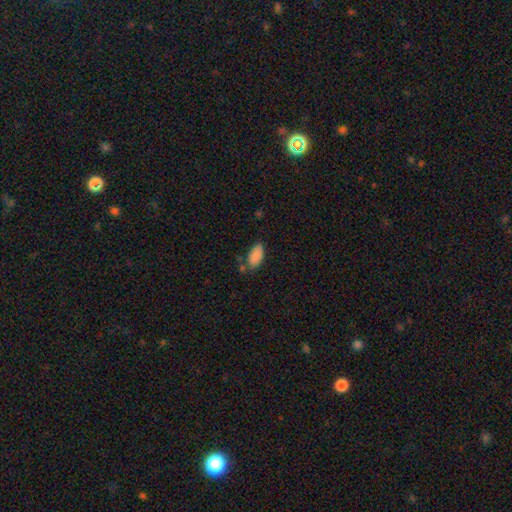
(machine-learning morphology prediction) Overall: smooth (88%). How rounded: in between (91%). Merging: none (69%).